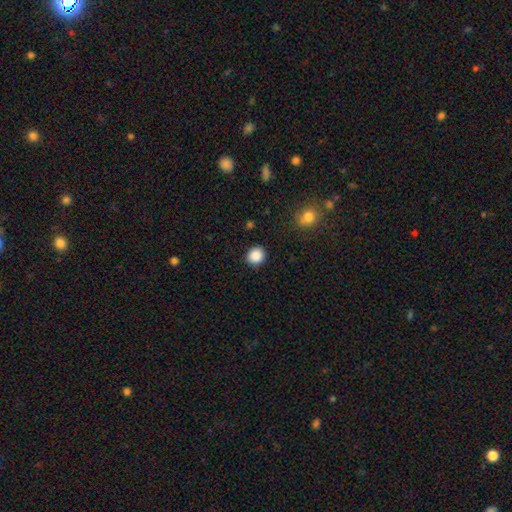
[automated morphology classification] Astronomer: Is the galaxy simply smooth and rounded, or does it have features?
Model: smooth — 88%.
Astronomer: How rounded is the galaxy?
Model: round — 85%.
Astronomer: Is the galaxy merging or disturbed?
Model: none — 90%.